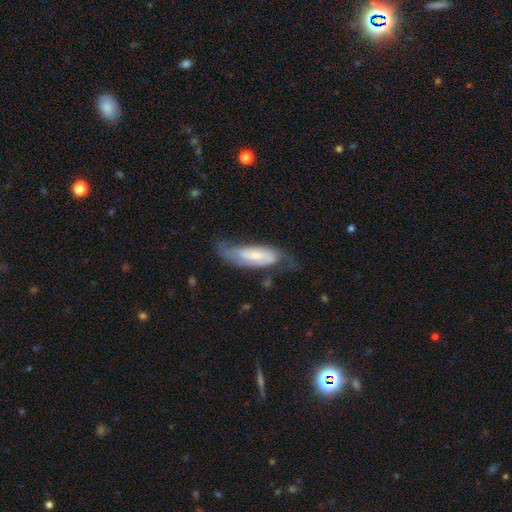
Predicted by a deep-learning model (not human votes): Overall: featured or disk (67%). Edge-on disk: no (85%). Bar: no (39%, tied with weak). Spiral arms: yes (89%). Spiral arm count: 2 (71%). Spiral winding: medium (43%; tight 34%). Bulge size: small (49%; moderate 30%). Merging: none (53%; minor disturbance 26%).